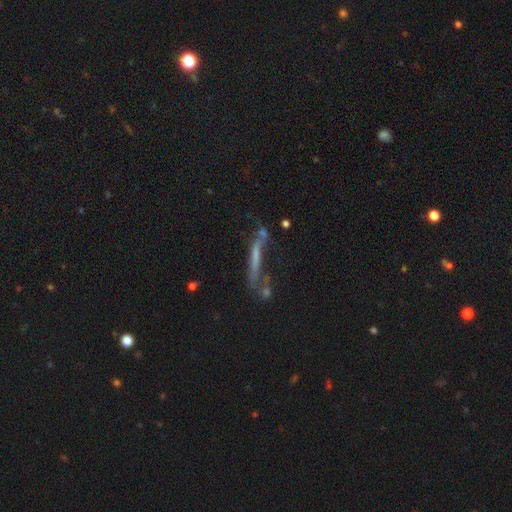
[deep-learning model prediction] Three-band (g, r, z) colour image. It shows a featured or disk galaxy (48%). Merging: none (42%).